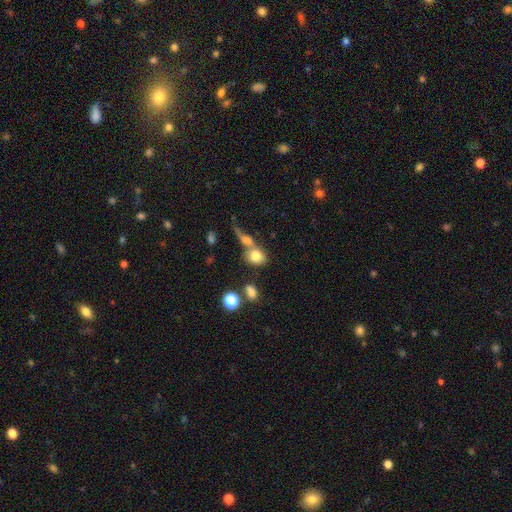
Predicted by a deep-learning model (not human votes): Smooth or featured? Predicted: smooth (p=0.77). How rounded? Predicted: in between (p=0.49, tied with round). Merging? Predicted: merger (p=0.45).